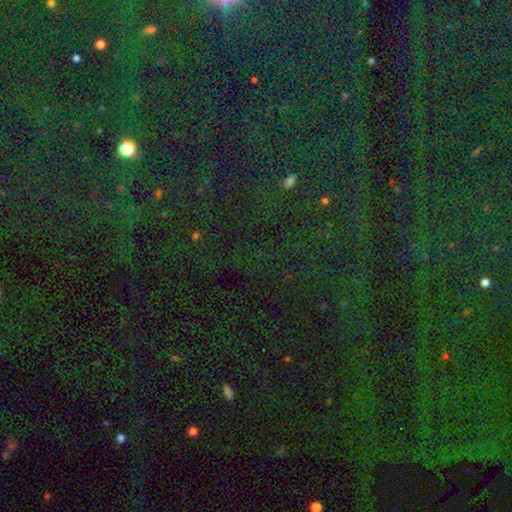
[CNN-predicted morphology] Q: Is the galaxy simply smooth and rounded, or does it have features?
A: star or artifact — 84%.